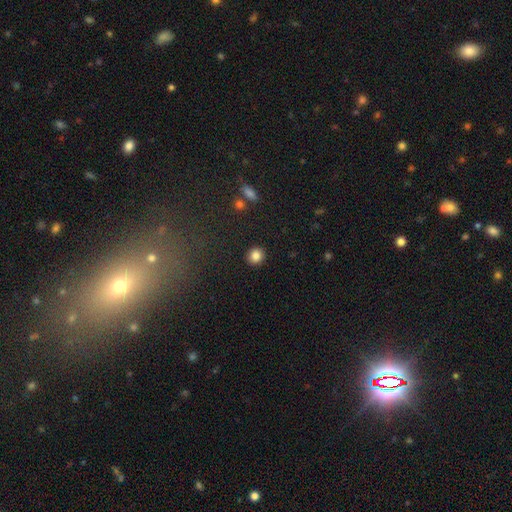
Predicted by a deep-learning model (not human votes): Smooth or featured?
  - smooth: 84% *
  - star or artifact: 10%
  - featured or disk: 6%
How rounded?
  - round: 81% *
  - in between: 18%
  - cigar-shaped: 1%
Merging?
  - none: 91% *
  - minor disturbance: 6%
  - major disturbance: 2%
  - merger: 1%